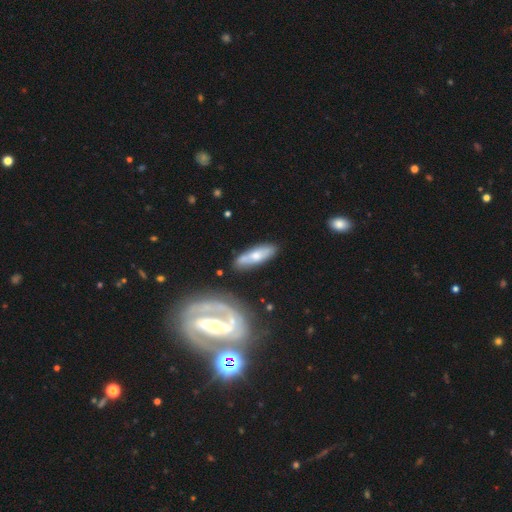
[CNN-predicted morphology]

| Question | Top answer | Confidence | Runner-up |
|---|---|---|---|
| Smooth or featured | smooth | 53% | featured or disk (41%) |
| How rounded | cigar-shaped | 55% | in between (43%) |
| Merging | none | 78% | minor disturbance (14%) |